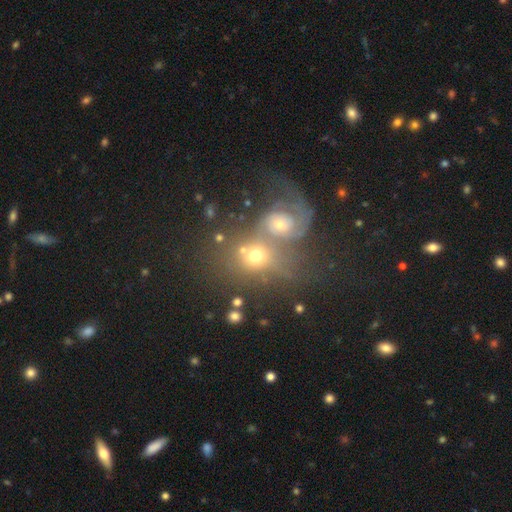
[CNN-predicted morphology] type=featured or disk (45%); merging=merger (64%).